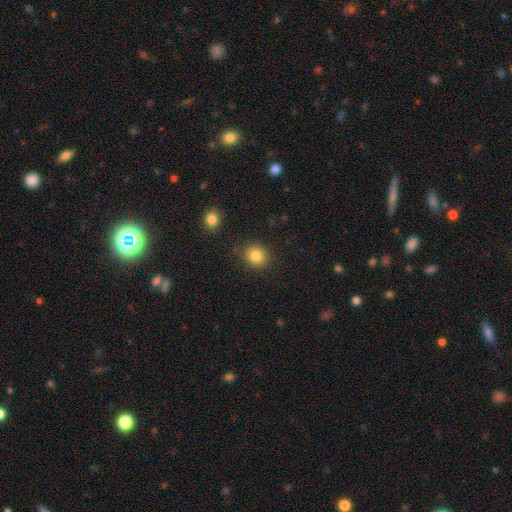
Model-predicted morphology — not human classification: Smooth or featured: smooth — 84% (star or artifact — 10%)
How rounded: round — 83% (in between — 16%)
Merging: none — 87% (minor disturbance — 8%)